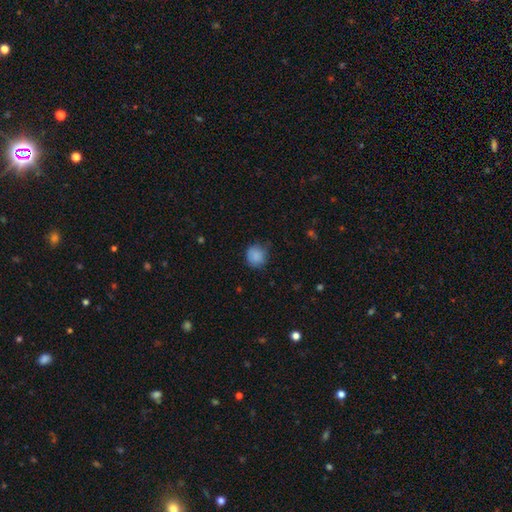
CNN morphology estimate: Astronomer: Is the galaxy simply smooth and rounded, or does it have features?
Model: smooth — 85%.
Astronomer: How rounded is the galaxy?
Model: round — 86%.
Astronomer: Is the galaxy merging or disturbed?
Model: none — 72%.